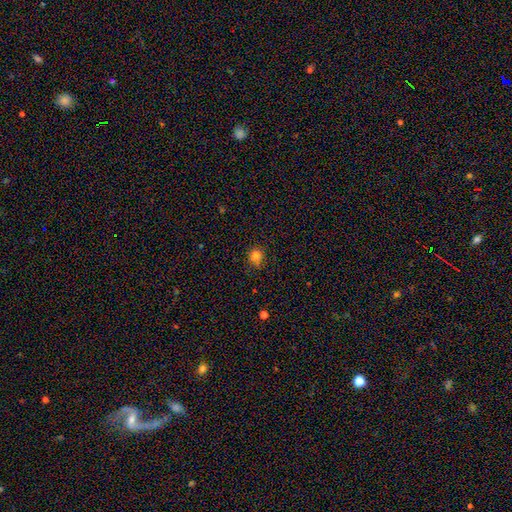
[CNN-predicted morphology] A smooth galaxy with no disk features (79%) that is round (79%).

Vote fractions:
- Smooth or featured? smooth: 79% / star or artifact: 15% / featured or disk: 6%
- How rounded? round: 79% / in between: 20% / cigar-shaped: 1%
- Merging? none: 76% / minor disturbance: 17% / major disturbance: 4% / merger: 3%